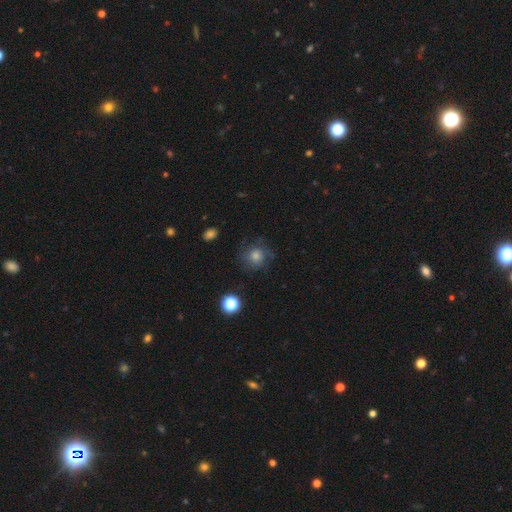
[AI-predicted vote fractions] This appears to be a smooth galaxy with no disk features (56%) that is round (88%). Merging: none (73%).